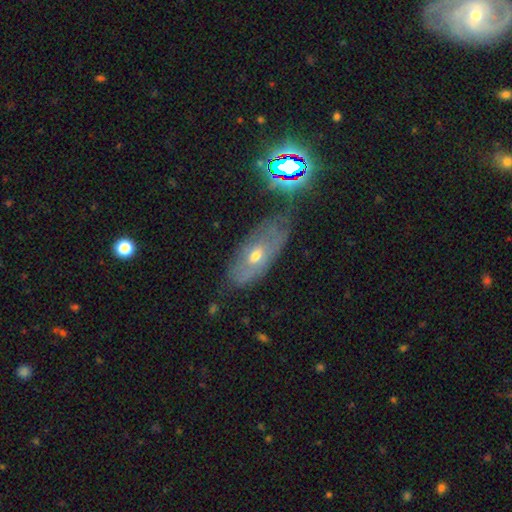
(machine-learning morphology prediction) smooth-or-featured: featured or disk: 50% | smooth: 34% | star or artifact: 16%
  disk-edge-on: no: 78% | yes: 22%
  merging: none: 61% | minor disturbance: 25% | major disturbance: 9% | merger: 5%